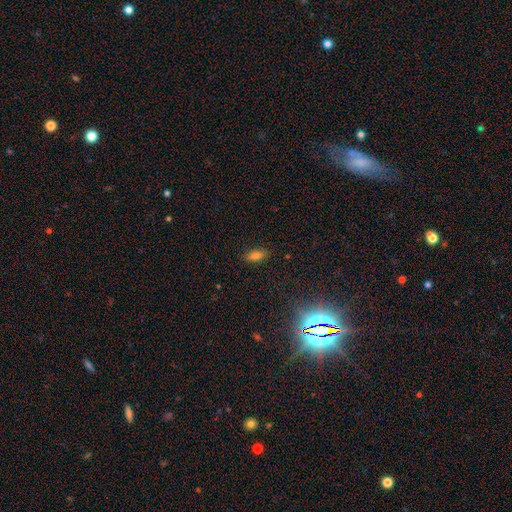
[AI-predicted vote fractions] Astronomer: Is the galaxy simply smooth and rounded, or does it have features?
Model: smooth — 76%.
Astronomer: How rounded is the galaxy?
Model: in between — 82%.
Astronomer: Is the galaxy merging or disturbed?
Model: none — 87%.